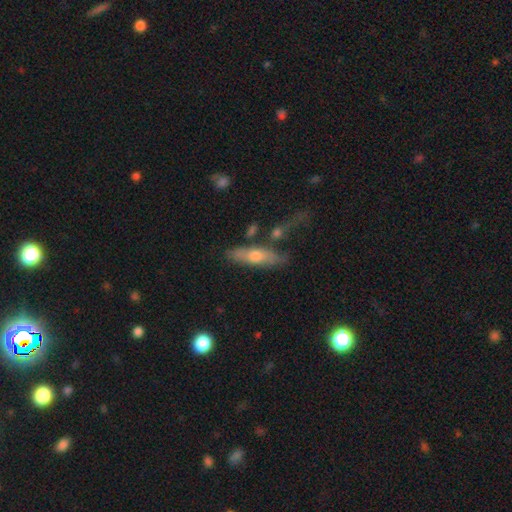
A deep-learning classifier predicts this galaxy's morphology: smooth-or-featured: smooth: 53% | featured or disk: 40% | star or artifact: 7%
  how-rounded: cigar-shaped: 56% | in between: 41% | round: 3%
  merging: none: 68% | minor disturbance: 17% | merger: 9% | major disturbance: 6%